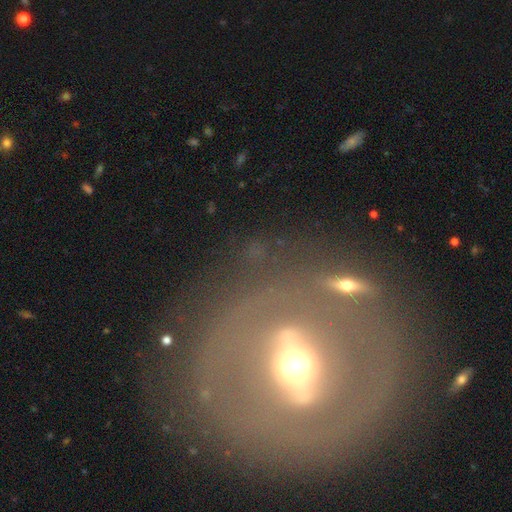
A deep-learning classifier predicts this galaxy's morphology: Smooth or featured? featured or disk (54%)
Edge-on disk? no (57%)
Merging? none (60%)